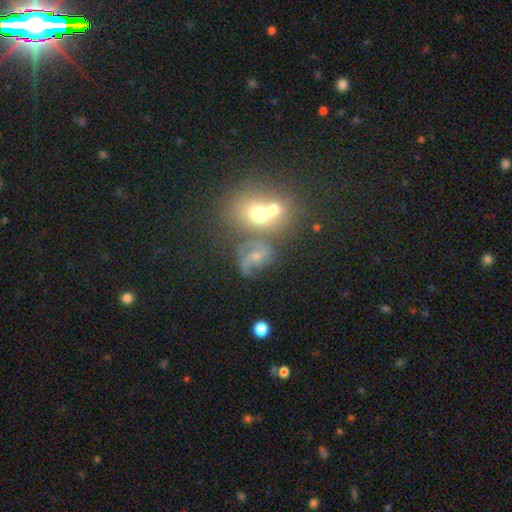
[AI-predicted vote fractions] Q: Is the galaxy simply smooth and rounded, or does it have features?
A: featured or disk — 55%.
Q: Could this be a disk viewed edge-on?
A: no — 97%.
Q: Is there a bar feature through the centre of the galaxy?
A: no — 58%.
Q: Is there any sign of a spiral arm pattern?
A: yes — 80%.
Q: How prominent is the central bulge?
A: moderate — 44%.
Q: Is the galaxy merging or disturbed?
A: none — 39%.